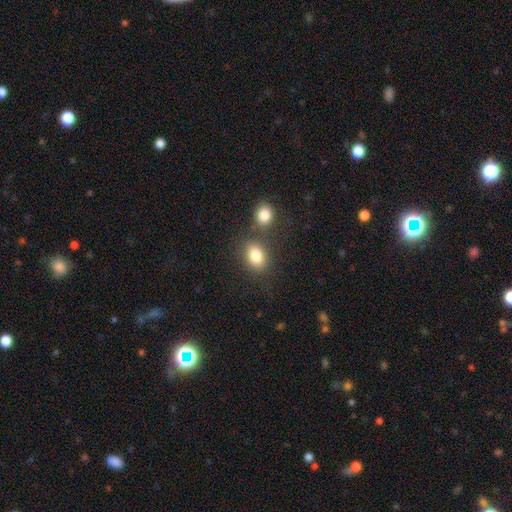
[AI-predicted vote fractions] This is clearly a smooth galaxy (82%). How rounded: likely in between (62%). Merging: likely none (62%).